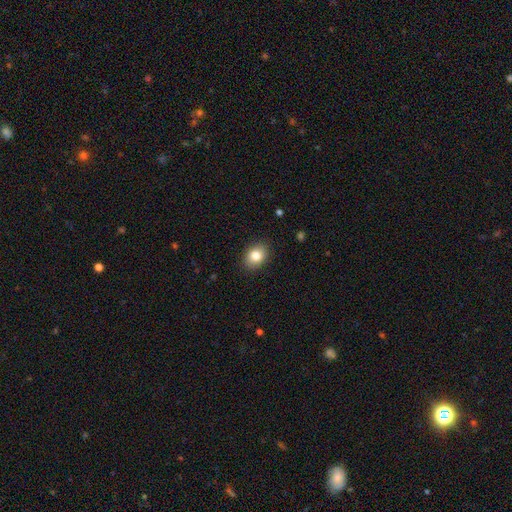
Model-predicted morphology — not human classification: Smooth or featured?
  - smooth: 83% *
  - star or artifact: 9%
  - featured or disk: 8%
How rounded?
  - in between: 70% *
  - round: 29%
  - cigar-shaped: 1%
Merging?
  - none: 88% *
  - minor disturbance: 9%
  - major disturbance: 2%
  - merger: 1%